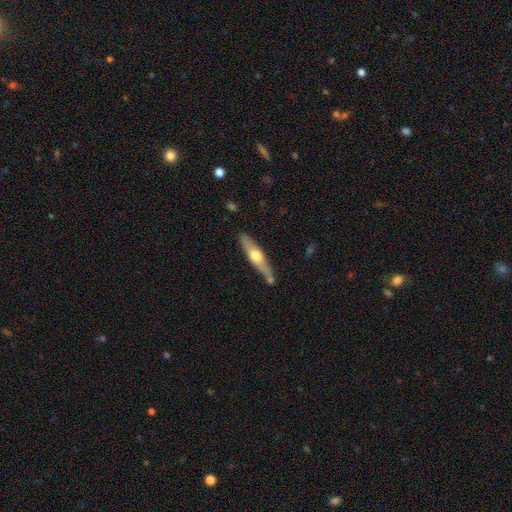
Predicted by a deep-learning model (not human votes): Morphology: type=featured or disk (58%); edge-on=yes (92%); edge-on bulge=rounded (94%); merging=none (77%).